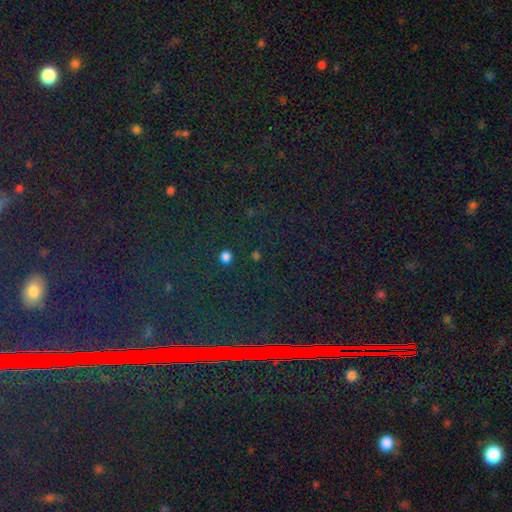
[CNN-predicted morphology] type=star or artifact (68%).